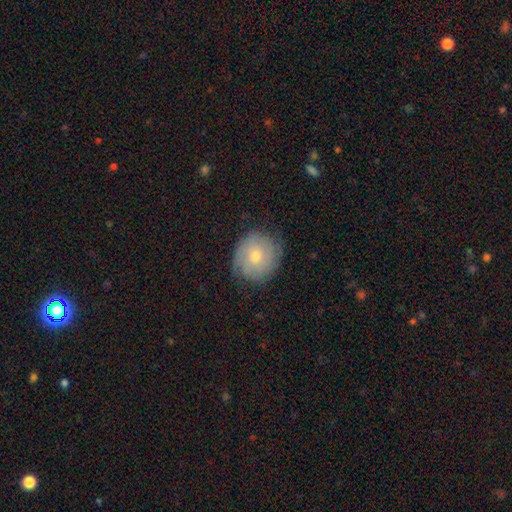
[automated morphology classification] Smooth or featured? smooth (57%)
How rounded? round (87%)
Merging? none (77%)